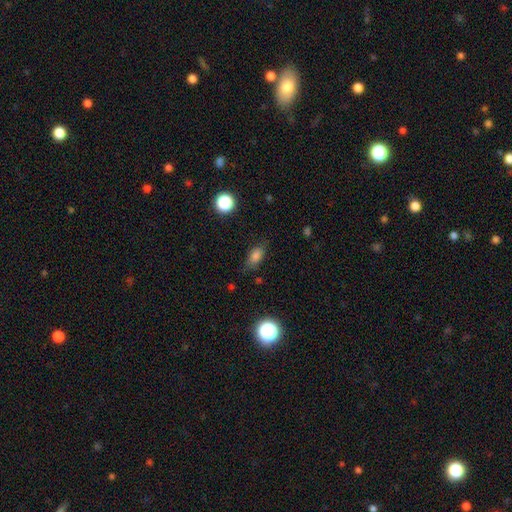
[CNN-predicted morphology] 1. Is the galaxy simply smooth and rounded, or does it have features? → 80% smooth, 12% star or artifact, 8% featured or disk.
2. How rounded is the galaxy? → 83% in between, 9% round, 8% cigar-shaped.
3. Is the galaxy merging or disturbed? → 75% none, 18% minor disturbance, 5% major disturbance, 2% merger.